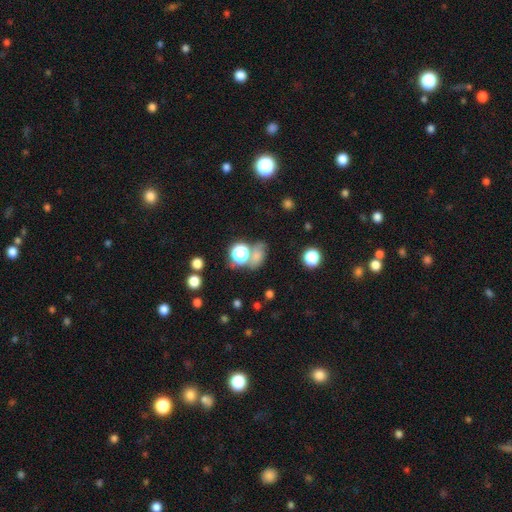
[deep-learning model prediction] smooth 59%, star or artifact 29%, featured or disk 13%. Down the decision tree: how rounded — in between (51%); merging — none (49%).